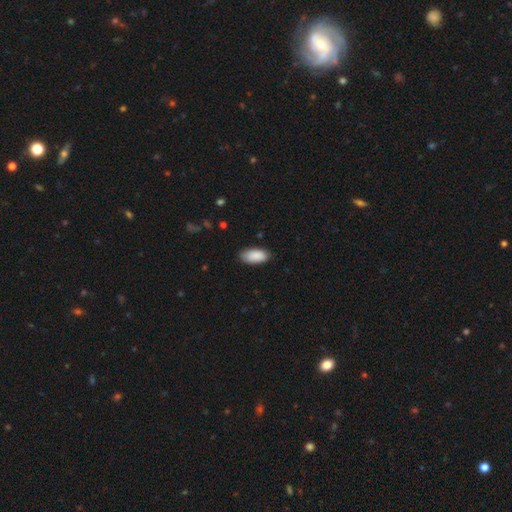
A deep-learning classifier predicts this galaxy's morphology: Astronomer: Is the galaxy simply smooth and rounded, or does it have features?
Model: smooth — 90%.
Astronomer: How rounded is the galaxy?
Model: in between — 93%.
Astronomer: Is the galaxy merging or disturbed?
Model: none — 83%.